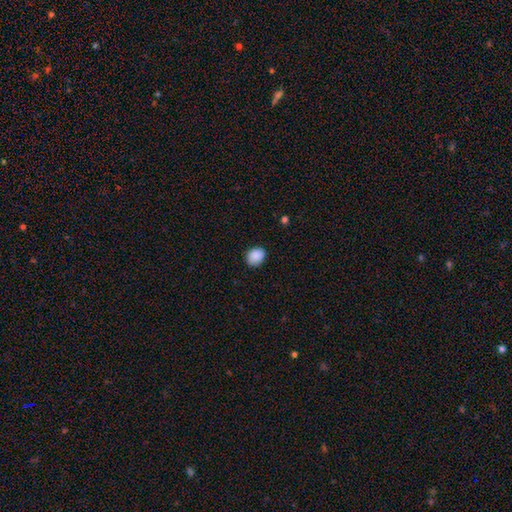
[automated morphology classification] Overall: smooth (89%). How rounded: in between (51%; round 48%). Merging: none (85%).